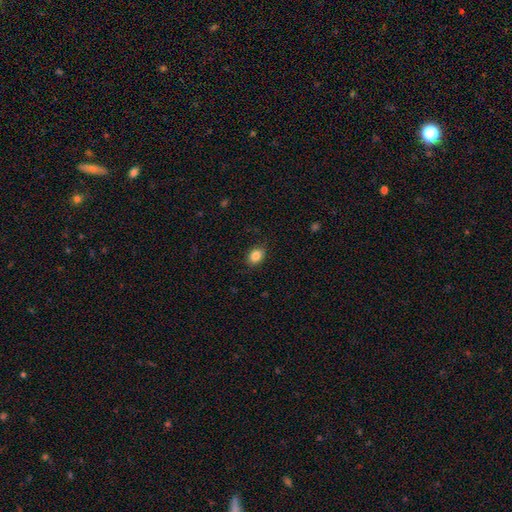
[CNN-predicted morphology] Overall: smooth (86%). How rounded: in between (63%; round 36%). Merging: none (87%).